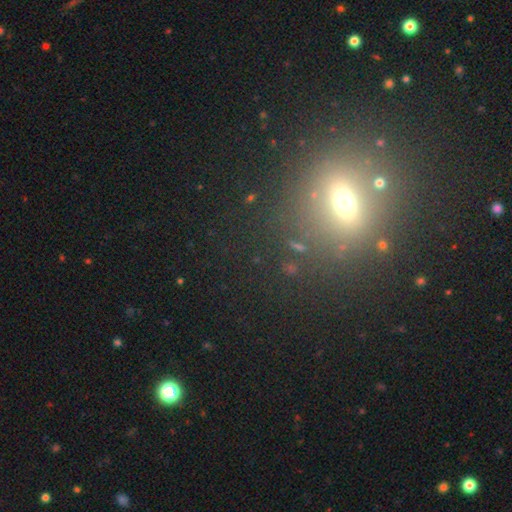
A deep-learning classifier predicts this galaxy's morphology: This appears to be a smooth galaxy with no disk features (40%). Merging: none (82%).